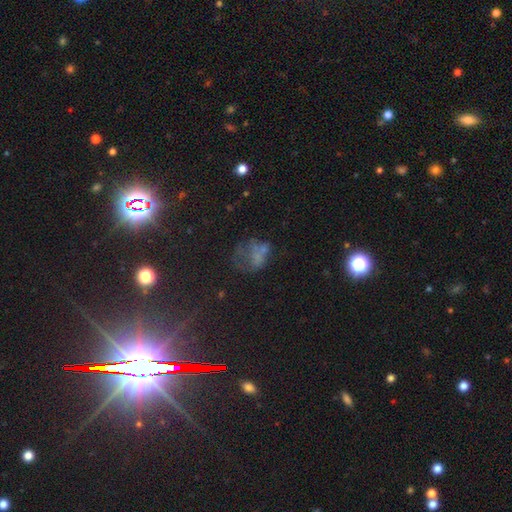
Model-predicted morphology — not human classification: Smooth or featured? smooth (41%)
Merging? none (34%)